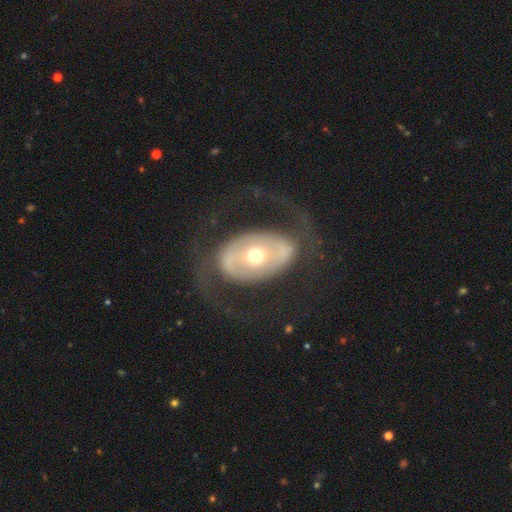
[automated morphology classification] smooth-or-featured: featured or disk: 76% | smooth: 19% | star or artifact: 5%
  disk-edge-on: no: 94% | yes: 6%
    bar: no: 57% | weak: 23% | strong: 21%
    has-spiral-arms: yes: 54% | no: 46%
    bulge-size: moderate: 71% | small: 16% | large: 10% | dominant: 2% | none: 1%
  merging: none: 67% | major disturbance: 20% | minor disturbance: 12% | merger: 1%